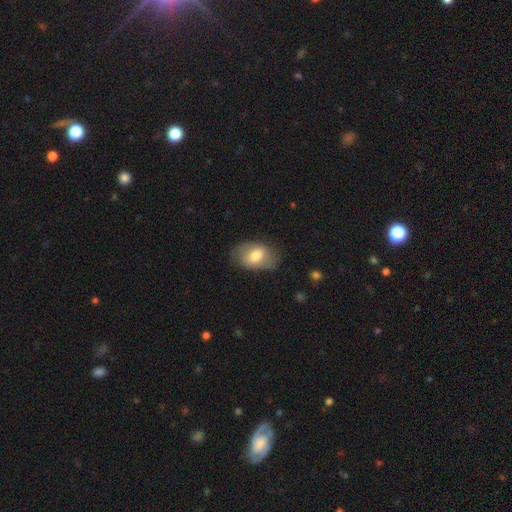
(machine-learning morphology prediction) Overall: smooth (64%; featured or disk 29%). How rounded: in between (85%). Merging: none (72%).